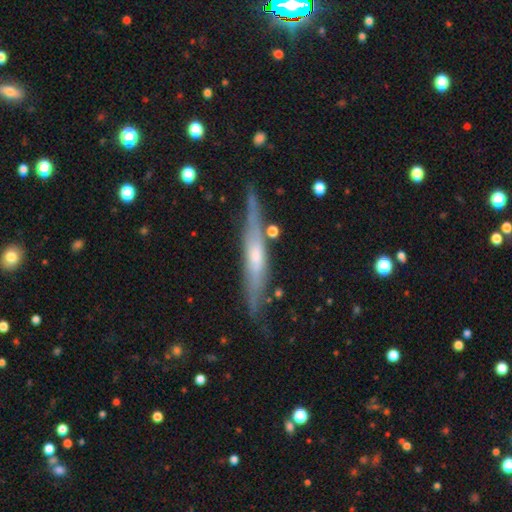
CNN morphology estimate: smooth_or_featured: featured or disk (p=0.64) [alt: smooth p=0.30]
disk_edge_on: yes (p=0.88) [alt: no p=0.12]
edge_on_bulge: rounded (p=0.54) [alt: none p=0.34]
merging: none (p=0.74) [alt: minor disturbance p=0.17]